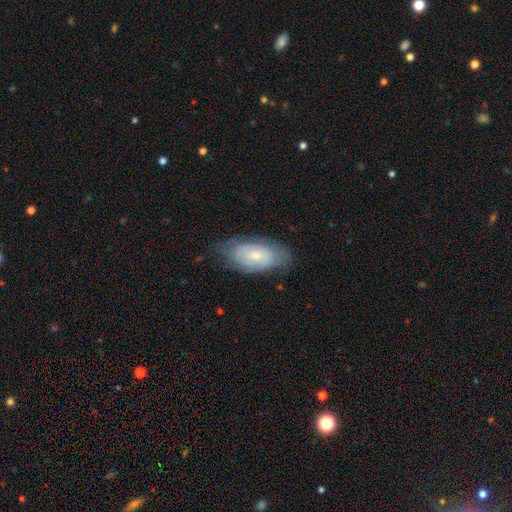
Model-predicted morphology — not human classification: Overall: featured or disk (47%; smooth 46%). Merging: none (67%).